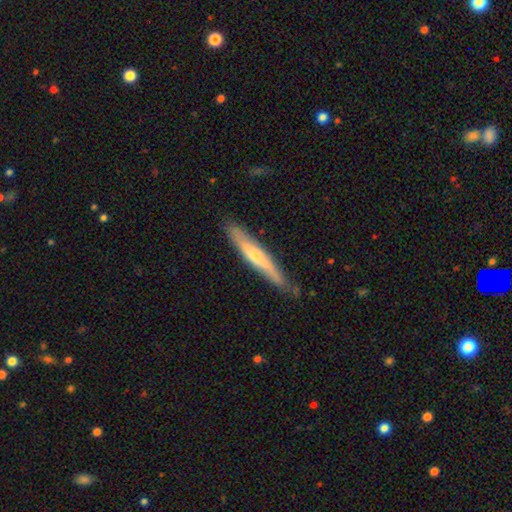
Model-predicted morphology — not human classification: smooth-or-featured: featured or disk: 50% | smooth: 45% | star or artifact: 5%
  merging: none: 80% | minor disturbance: 16% | major disturbance: 2% | merger: 2%